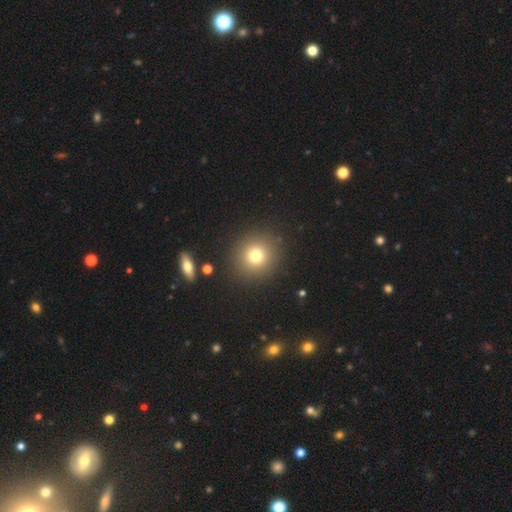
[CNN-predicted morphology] Smooth or featured?
  - smooth: 74% *
  - star or artifact: 15%
  - featured or disk: 10%
How rounded?
  - round: 91% *
  - in between: 8%
  - cigar-shaped: 1%
Merging?
  - none: 88% *
  - minor disturbance: 6%
  - major disturbance: 3%
  - merger: 2%